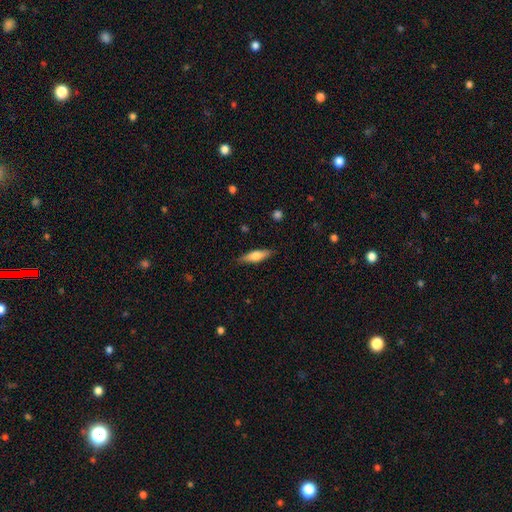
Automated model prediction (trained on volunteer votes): Smooth or featured? Predicted: smooth (p=0.65). How rounded? Predicted: cigar-shaped (p=0.59). Merging? Predicted: none (p=0.86).